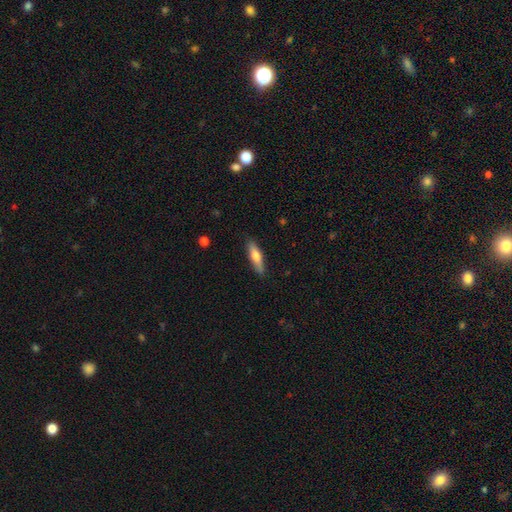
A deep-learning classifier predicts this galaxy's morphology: This is likely a smooth galaxy (63%). How rounded: likely cigar-shaped (69%). Merging: clearly none (87%).